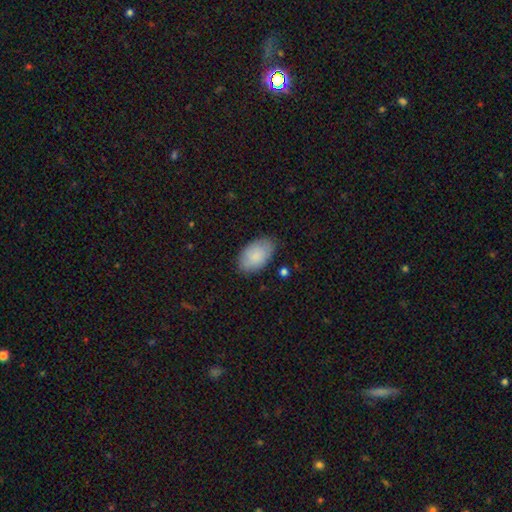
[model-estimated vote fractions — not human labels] Q: Smooth or featured?
A: smooth (87%); runner-up: featured or disk (8%)
Q: How rounded?
A: in between (94%); runner-up: round (4%)
Q: Merging?
A: none (81%); runner-up: minor disturbance (15%)